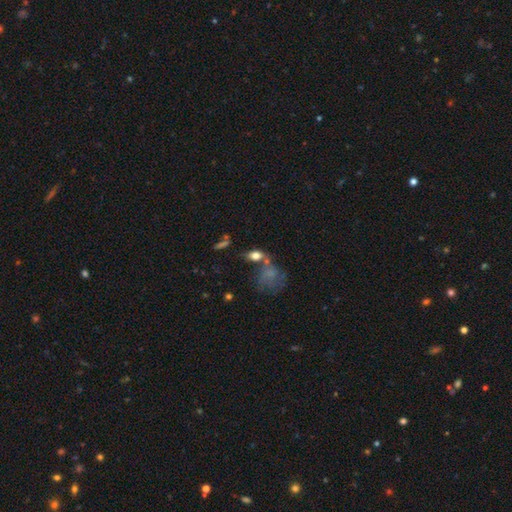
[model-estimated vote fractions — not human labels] Smooth or featured? Predicted: smooth (p=0.71). How rounded? Predicted: in between (p=0.76). Merging? Predicted: none (p=0.45).